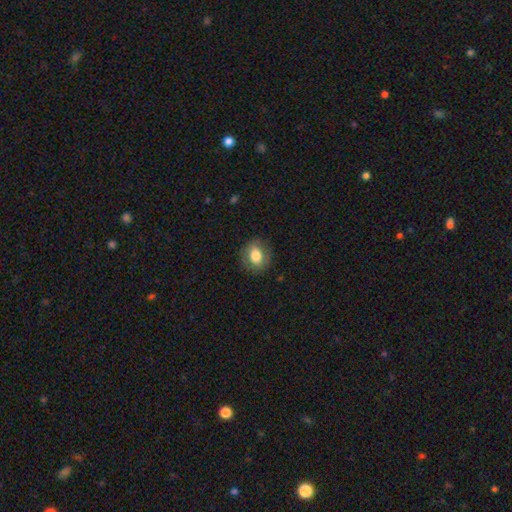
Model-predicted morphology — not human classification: type=smooth (73%); roundness=round (50%); merging=none (83%).